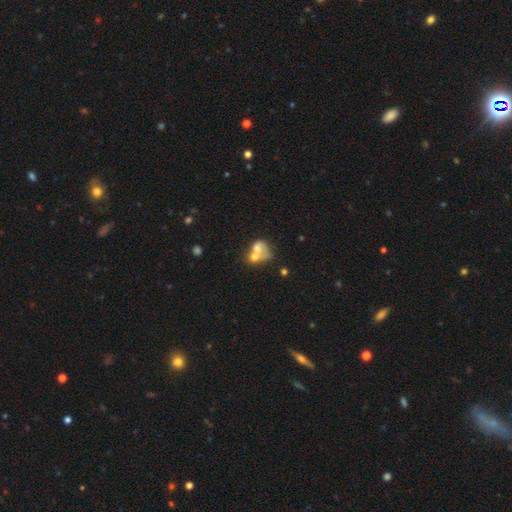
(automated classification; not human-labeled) Q: Smooth or featured?
A: smooth (57%); runner-up: featured or disk (31%)
Q: How rounded?
A: round (50%); runner-up: in between (49%)
Q: Merging?
A: merger (66%); runner-up: none (18%)